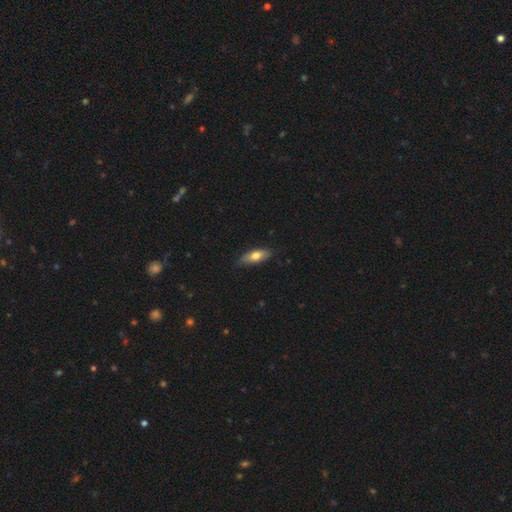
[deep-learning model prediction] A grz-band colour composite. It shows a smooth galaxy with no disk features (70%) that is in between round and cigar-shaped (68%). Merging: none (82%).